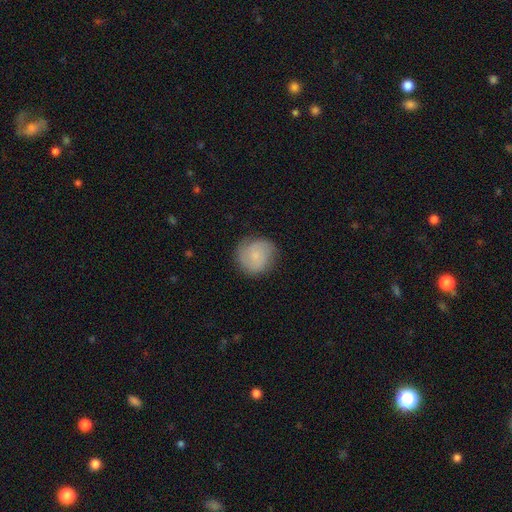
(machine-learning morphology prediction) smooth_or_featured: smooth (p=0.59) [alt: featured or disk p=0.34]
how_rounded: round (p=0.86) [alt: in between p=0.13]
merging: none (p=0.75) [alt: minor disturbance p=0.18]